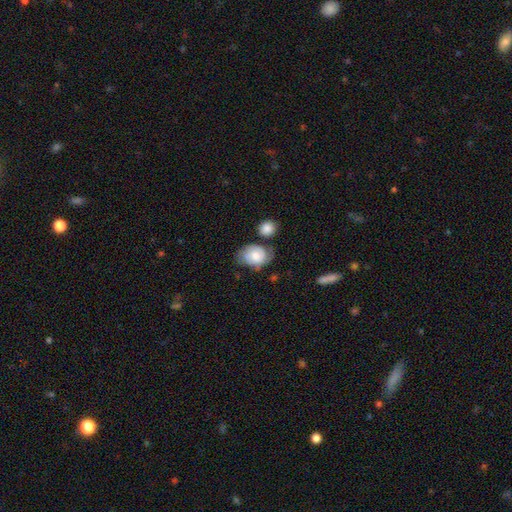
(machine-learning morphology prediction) smooth 49%, featured or disk 44%, star or artifact 8%. Down the decision tree: merging — none (51%).